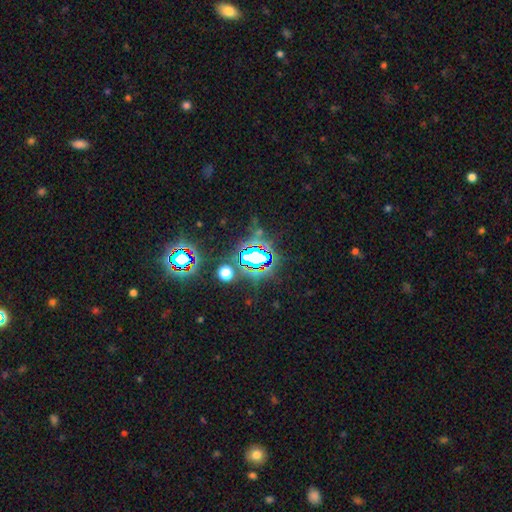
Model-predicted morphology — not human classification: This appears to be a star or artifact, not a galaxy (72%).